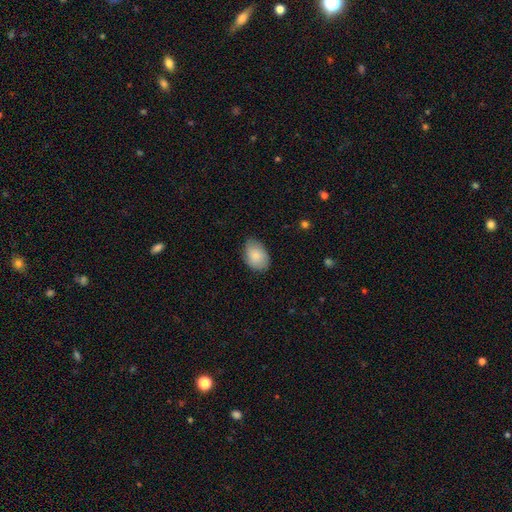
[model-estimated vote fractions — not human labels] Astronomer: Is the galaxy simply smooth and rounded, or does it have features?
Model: smooth — 84%.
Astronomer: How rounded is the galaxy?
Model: in between — 87%.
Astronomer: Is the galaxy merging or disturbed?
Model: none — 75%.